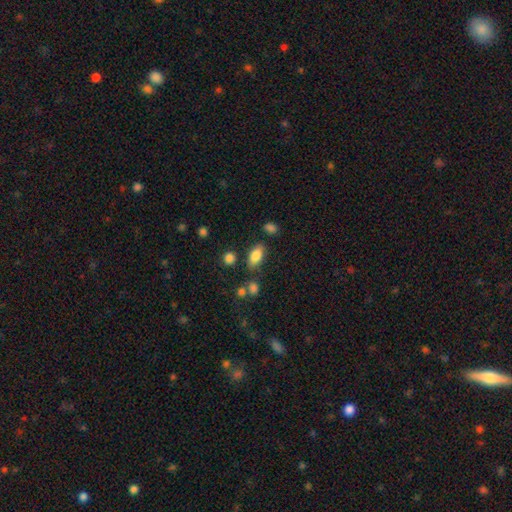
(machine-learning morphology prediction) smooth_or_featured: smooth (p=0.84) [alt: star or artifact p=0.09]
how_rounded: in between (p=0.89) [alt: round p=0.06]
merging: none (p=0.76) [alt: minor disturbance p=0.14]